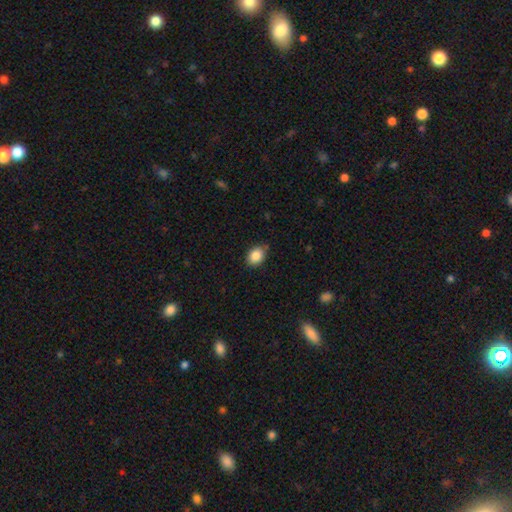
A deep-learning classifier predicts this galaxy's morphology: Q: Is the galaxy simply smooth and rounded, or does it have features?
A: smooth — 86%.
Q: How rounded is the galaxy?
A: in between — 72%.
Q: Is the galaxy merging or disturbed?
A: none — 82%.